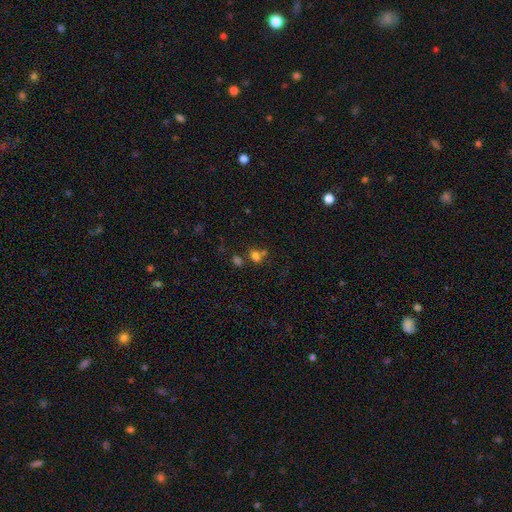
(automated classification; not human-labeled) A smooth galaxy with no disk features (70%) that is round (50%).

Vote fractions:
- Smooth or featured? smooth: 70% / star or artifact: 21% / featured or disk: 9%
- How rounded? round: 50% / in between: 48% / cigar-shaped: 1%
- Merging? none: 50% / merger: 33% / minor disturbance: 11% / major disturbance: 6%